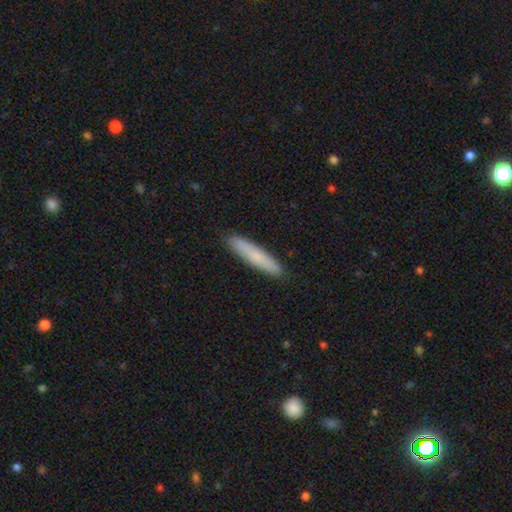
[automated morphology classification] The model was most divided on "smooth or featured": smooth: 74%, featured or disk: 20%, star or artifact: 6%. More confident: merging — none (91%); how rounded — cigar-shaped (90%).